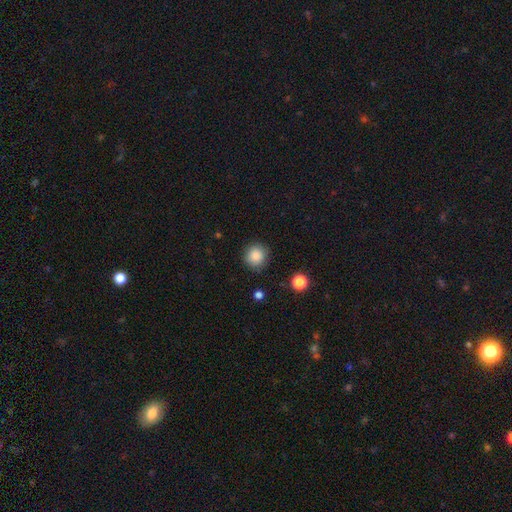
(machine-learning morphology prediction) A smooth galaxy with no disk features (86%) that is round (91%). Merging: none (87%).